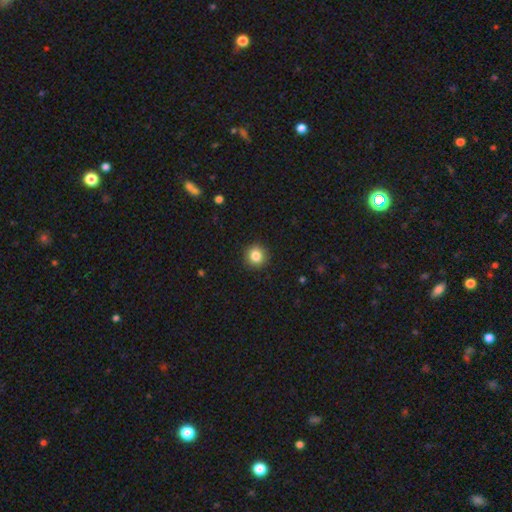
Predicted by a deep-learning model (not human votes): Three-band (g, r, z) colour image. It shows a smooth galaxy with no disk features (84%) that is round (90%). Merging: none (91%).